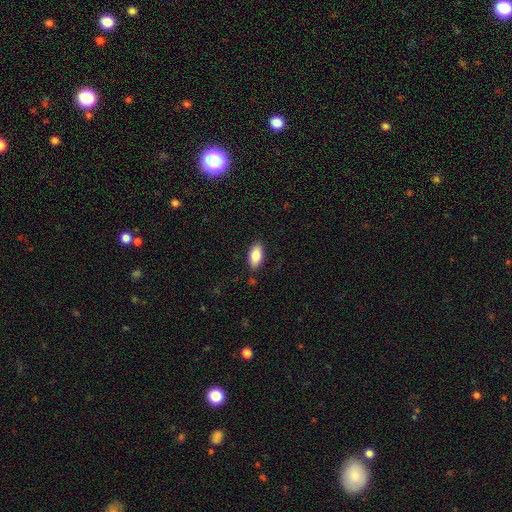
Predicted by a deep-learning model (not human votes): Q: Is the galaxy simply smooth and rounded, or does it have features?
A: smooth — 85%.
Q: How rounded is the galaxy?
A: in between — 91%.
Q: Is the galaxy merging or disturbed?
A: none — 86%.